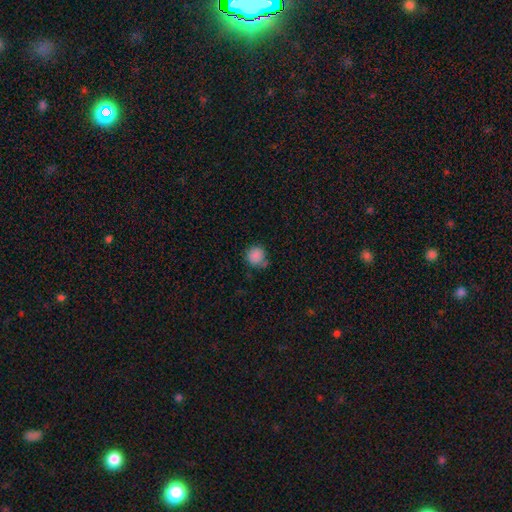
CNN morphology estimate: Smooth or featured?
  - smooth: 86% *
  - star or artifact: 10%
  - featured or disk: 4%
How rounded?
  - round: 90% *
  - in between: 9%
  - cigar-shaped: 1%
Merging?
  - none: 70% *
  - minor disturbance: 19%
  - merger: 6%
  - major disturbance: 5%